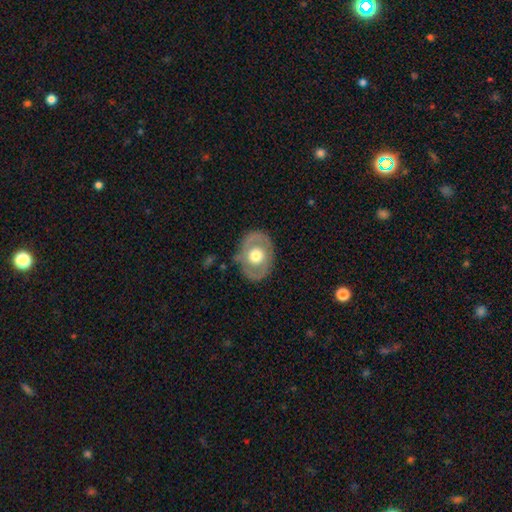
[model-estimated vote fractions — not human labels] This appears to be a featured or disk galaxy (57%) with no bar (85%), no spiral arms (69%) and a moderate central bulge (57%). Merging: none (75%).